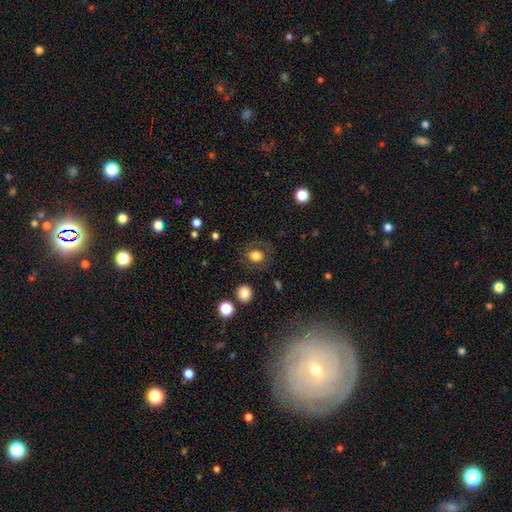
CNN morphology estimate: Smooth or featured? smooth (74%)
How rounded? round (56%)
Merging? none (71%)